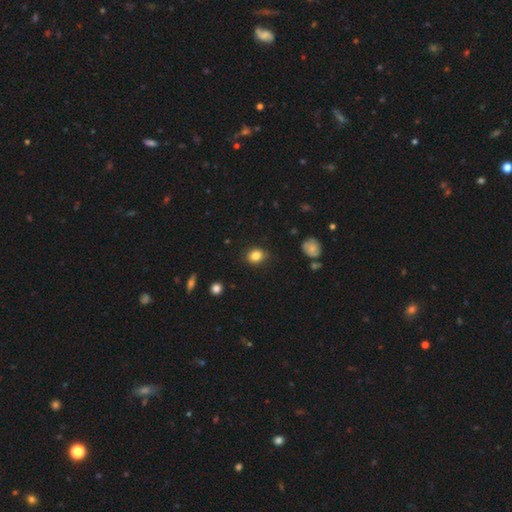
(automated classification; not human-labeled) Morphology: type=smooth (84%); roundness=round (64%); merging=none (82%).